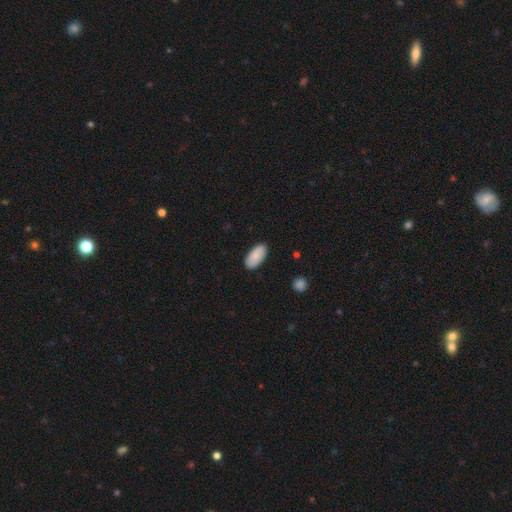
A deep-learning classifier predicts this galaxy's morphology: A smooth galaxy with no disk features (88%) that is in between round and cigar-shaped (94%). Merging: none (87%).